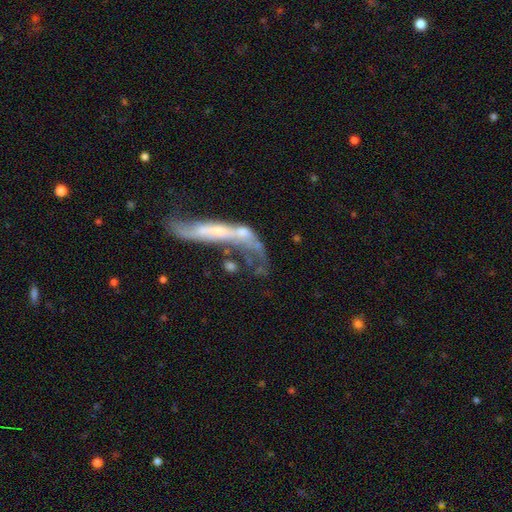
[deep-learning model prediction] Smooth or featured: featured or disk — 66% (smooth — 24%)
Edge-on disk: no — 68% (yes — 32%)
Merging: merger — 37% (major disturbance — 30%)